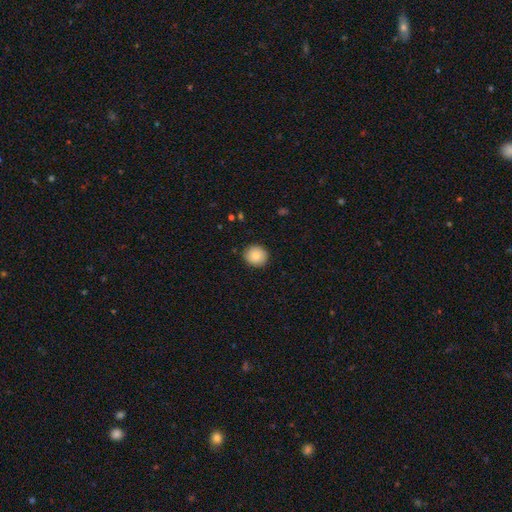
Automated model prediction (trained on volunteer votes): Smooth or featured: smooth — 86% (star or artifact — 8%)
How rounded: round — 89% (in between — 10%)
Merging: none — 91% (minor disturbance — 7%)